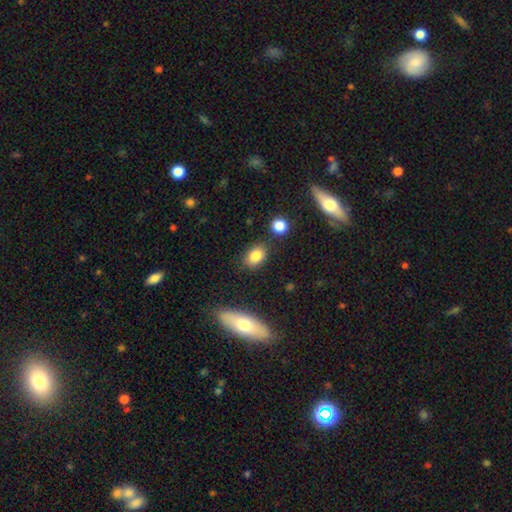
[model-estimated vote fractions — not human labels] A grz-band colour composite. It shows a smooth galaxy with no disk features (84%) that is in between round and cigar-shaped (73%). Merging: none (81%).